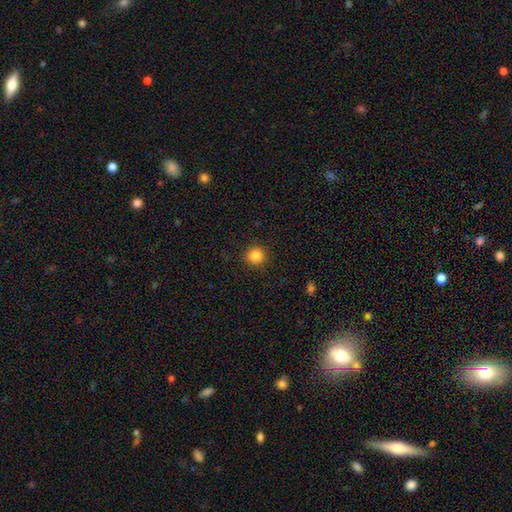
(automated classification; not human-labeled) This appears to be a smooth galaxy with no disk features (85%) that is round (92%). Merging: none (90%).